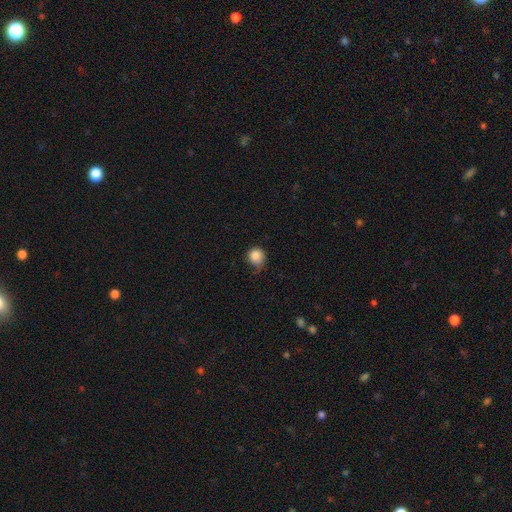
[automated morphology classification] type=smooth (86%); roundness=round (89%); merging=none (54%).